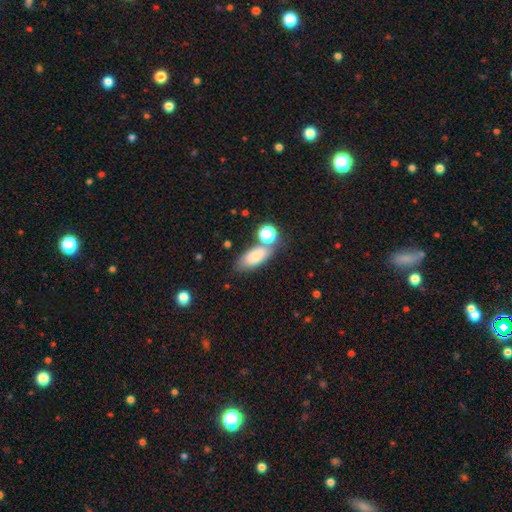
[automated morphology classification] smooth 79%, featured or disk 11%, star or artifact 10%. Down the decision tree: how rounded — in between (82%); merging — none (57%).